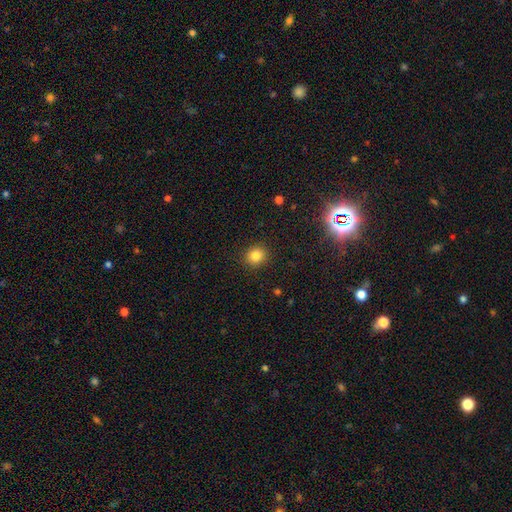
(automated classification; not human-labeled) Overall: smooth (82%). How rounded: round (81%). Merging: none (91%).